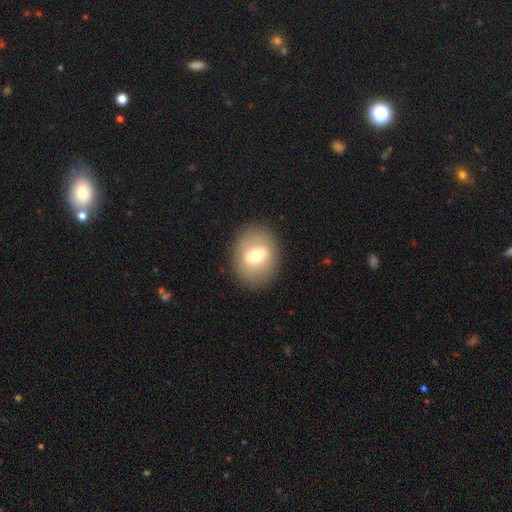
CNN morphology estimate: smooth-or-featured: smooth: 55% | featured or disk: 36% | star or artifact: 8%
  how-rounded: round: 54% | in between: 45% | cigar-shaped: 1%
  merging: none: 86% | minor disturbance: 9% | major disturbance: 4% | merger: 1%